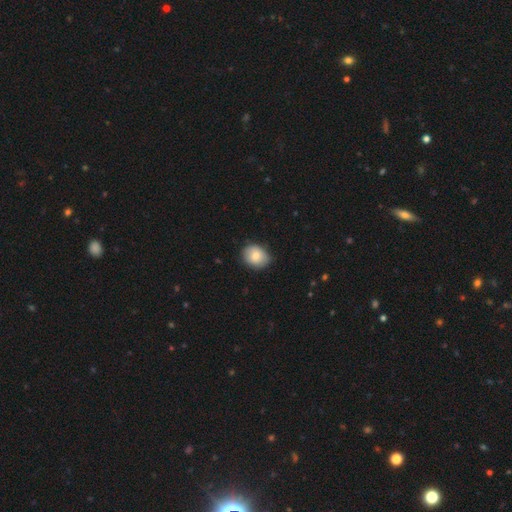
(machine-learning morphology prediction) This appears to be a smooth galaxy with no disk features (78%) that is round (52%). Merging: none (80%).